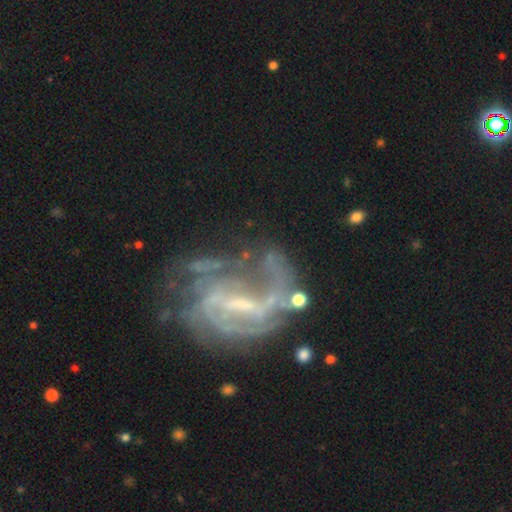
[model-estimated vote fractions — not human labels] A featured or disk galaxy (84%) with a weak bar (50%), medium (43%) spiral arms (86%) and a small central bulge (48%).

Vote fractions:
- Smooth or featured? featured or disk: 84% / star or artifact: 10% / smooth: 7%
- Edge-on disk? no: 97% / yes: 3%
- Bar? weak: 50% / strong: 33% / no: 18%
- Spiral arms? yes: 86% / no: 14%
- Spiral winding? medium: 43% / tight: 36% / loose: 21%
- Spiral arm count? can't tell: 38% / 2: 22% / 3: 18% / 4: 10% / 1: 7% / more than 4: 6%
- Bulge size? small: 48% / none: 26% / moderate: 24% / large: 2% / dominant: 1%
- Merging? none: 47% / major disturbance: 27% / minor disturbance: 20% / merger: 6%